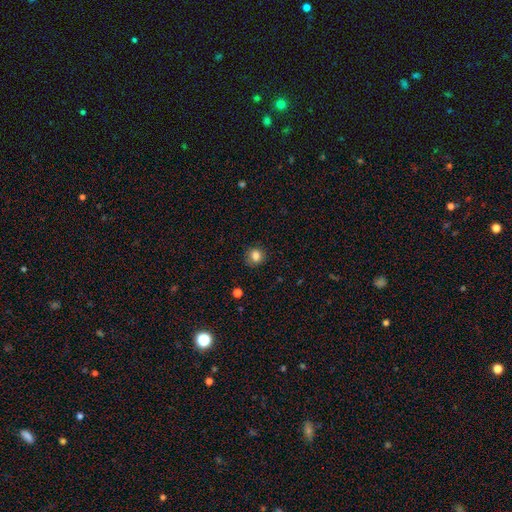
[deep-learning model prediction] Overall: smooth (84%). How rounded: round (77%). Merging: none (84%).